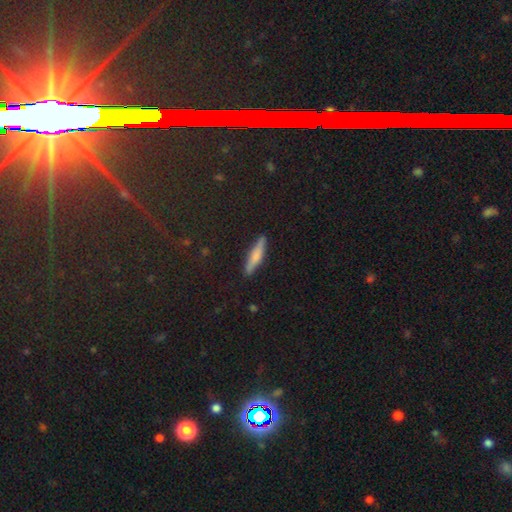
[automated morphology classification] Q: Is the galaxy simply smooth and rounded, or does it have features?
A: smooth — 61%.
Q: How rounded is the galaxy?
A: cigar-shaped — 84%.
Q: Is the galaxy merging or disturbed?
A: none — 88%.